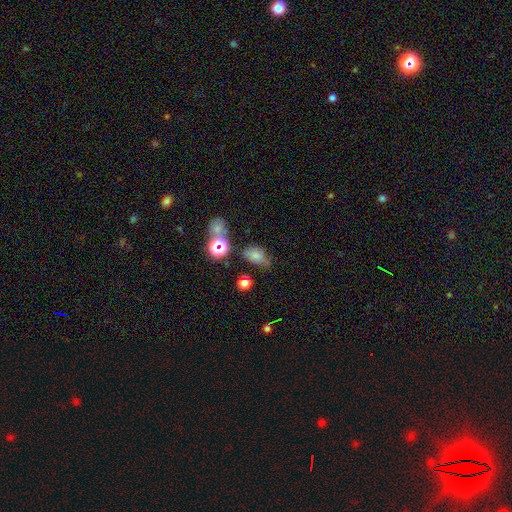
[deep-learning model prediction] Overall: smooth (68%). How rounded: in between (75%). Merging: none (50%; minor disturbance 29%).